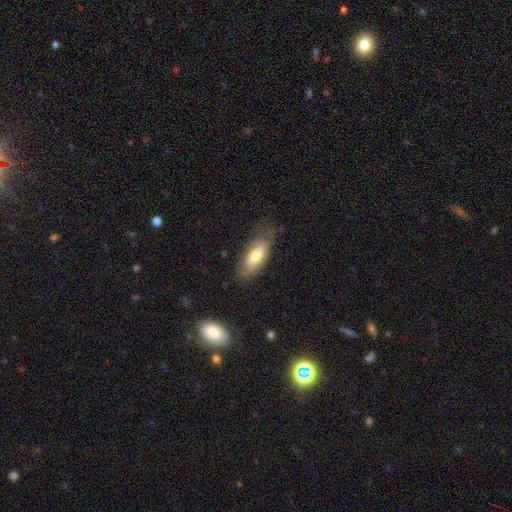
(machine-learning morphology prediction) A smooth galaxy with no disk features (74%) that is in between round and cigar-shaped (77%).

Vote fractions:
- Smooth or featured? smooth: 74% / featured or disk: 20% / star or artifact: 6%
- How rounded? in between: 77% / cigar-shaped: 21% / round: 2%
- Merging? none: 71% / minor disturbance: 21% / major disturbance: 6% / merger: 1%